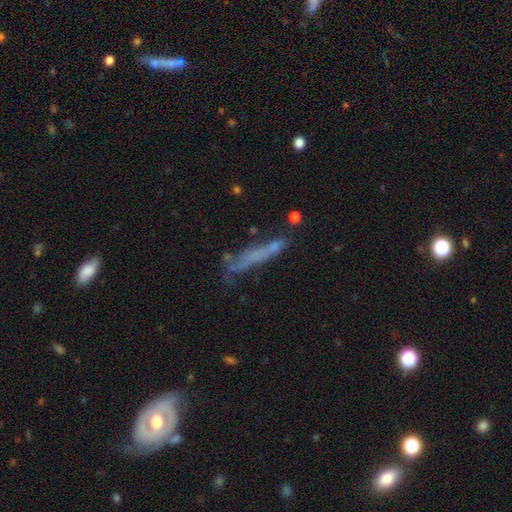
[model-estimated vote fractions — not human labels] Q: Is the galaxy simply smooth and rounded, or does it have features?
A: smooth — 46%.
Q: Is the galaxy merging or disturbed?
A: none — 47%.